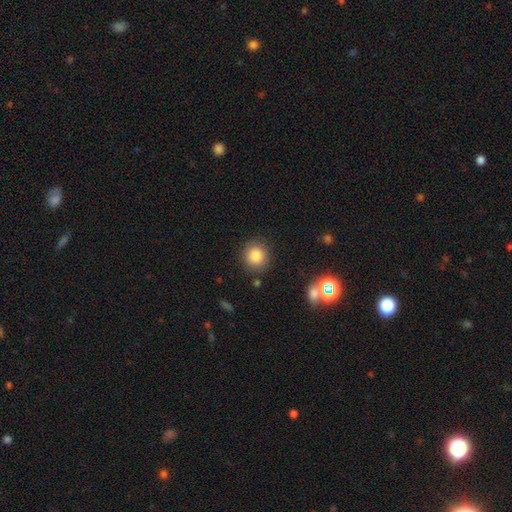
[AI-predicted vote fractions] This appears to be a smooth galaxy with no disk features (83%) that is round (90%). Merging: none (86%).